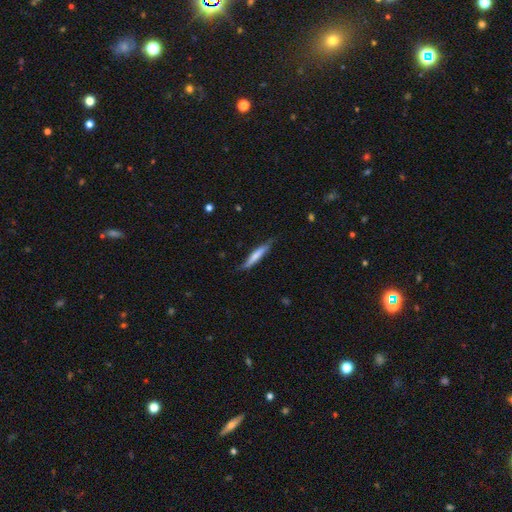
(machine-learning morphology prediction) smooth_or_featured: smooth (p=0.65) [alt: featured or disk p=0.29]
how_rounded: cigar-shaped (p=0.93) [alt: in between p=0.06]
merging: none (p=0.75) [alt: minor disturbance p=0.20]